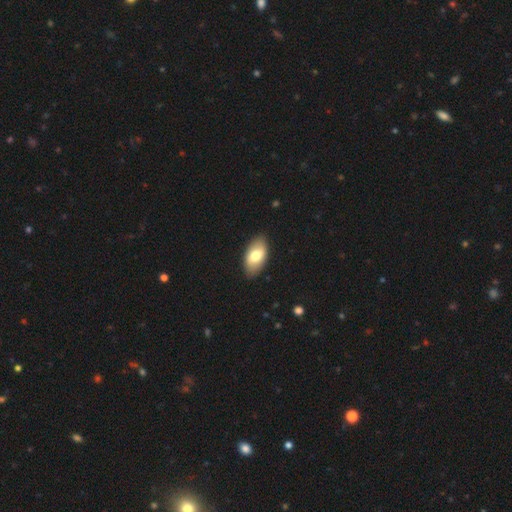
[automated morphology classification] A smooth galaxy with no disk features (70%) that is in between round and cigar-shaped (94%).

Vote fractions:
- Smooth or featured? smooth: 70% / featured or disk: 24% / star or artifact: 6%
- How rounded? in between: 94% / round: 4% / cigar-shaped: 2%
- Merging? none: 87% / minor disturbance: 10% / major disturbance: 2% / merger: 1%